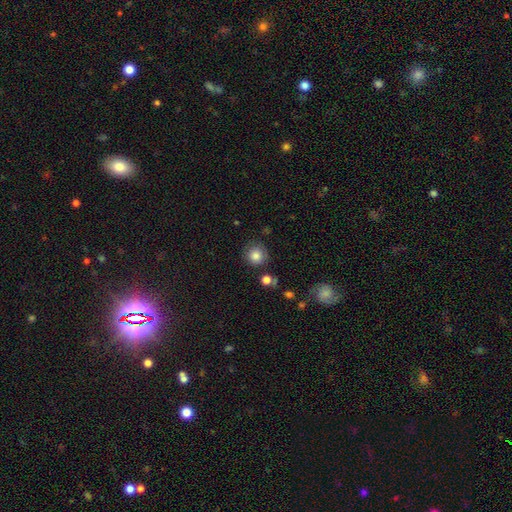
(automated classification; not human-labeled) A smooth galaxy with no disk features (82%) that is round (90%).

Vote fractions:
- Smooth or featured? smooth: 82% / star or artifact: 10% / featured or disk: 8%
- How rounded? round: 90% / in between: 9% / cigar-shaped: 1%
- Merging? none: 77% / minor disturbance: 15% / major disturbance: 4% / merger: 4%